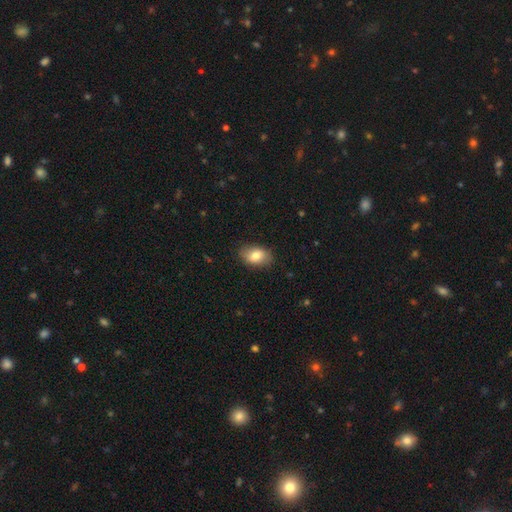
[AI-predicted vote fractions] Smooth or featured?
  - smooth: 80% *
  - featured or disk: 13%
  - star or artifact: 7%
How rounded?
  - in between: 87% *
  - round: 11%
  - cigar-shaped: 1%
Merging?
  - none: 84% *
  - minor disturbance: 13%
  - major disturbance: 3%
  - merger: 1%